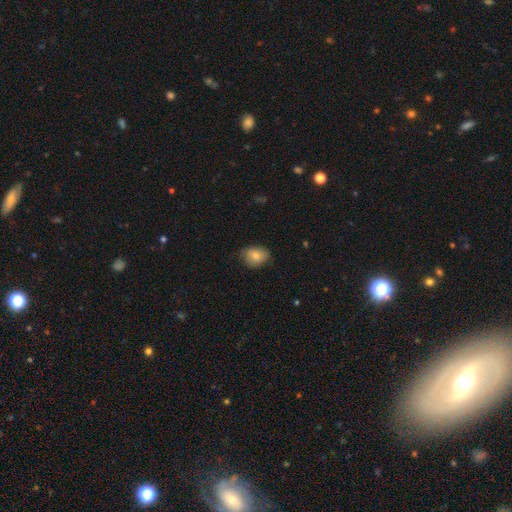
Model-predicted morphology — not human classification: Smooth or featured? Predicted: smooth (p=0.77). How rounded? Predicted: in between (p=0.57). Merging? Predicted: none (p=0.69).